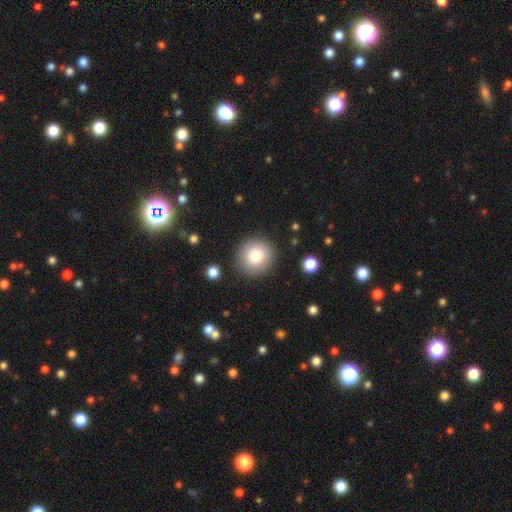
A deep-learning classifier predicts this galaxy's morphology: A smooth galaxy with no disk features (81%) that is round (91%).

Vote fractions:
- Smooth or featured? smooth: 81% / featured or disk: 10% / star or artifact: 9%
- How rounded? round: 91% / in between: 8% / cigar-shaped: 1%
- Merging? none: 87% / minor disturbance: 8% / major disturbance: 3% / merger: 2%